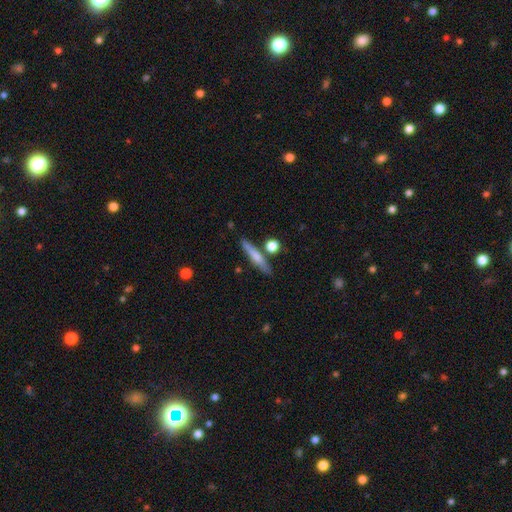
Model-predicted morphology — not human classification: Q: Smooth or featured?
A: smooth (60%); runner-up: featured or disk (33%)
Q: How rounded?
A: cigar-shaped (86%); runner-up: in between (10%)
Q: Merging?
A: none (77%); runner-up: minor disturbance (11%)